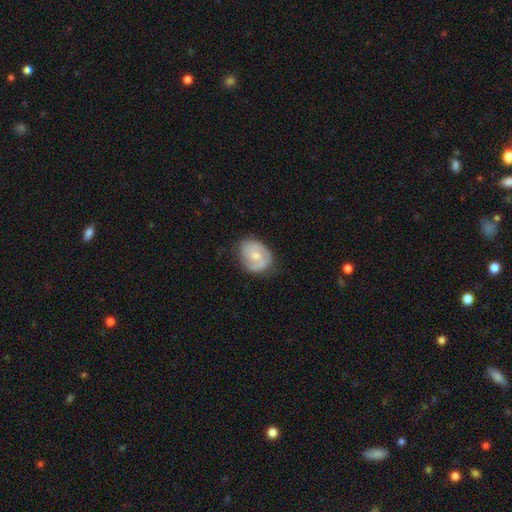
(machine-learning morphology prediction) Q: Smooth or featured?
A: featured or disk (70%); runner-up: smooth (25%)
Q: Edge-on disk?
A: no (98%); runner-up: yes (2%)
Q: Bar?
A: no (65%); runner-up: weak (31%)
Q: Spiral arms?
A: yes (91%); runner-up: no (9%)
Q: Spiral winding?
A: tight (46%); runner-up: medium (41%)
Q: Spiral arm count?
A: 2 (67%); runner-up: can't tell (14%)
Q: Bulge size?
A: moderate (48%); runner-up: small (45%)
Q: Merging?
A: none (71%); runner-up: minor disturbance (21%)